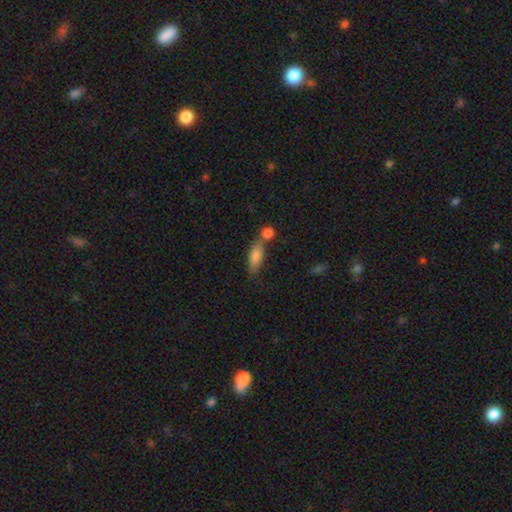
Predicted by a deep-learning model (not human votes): A smooth galaxy with no disk features (80%) that is in between round and cigar-shaped (62%).

Vote fractions:
- Smooth or featured? smooth: 80% / featured or disk: 13% / star or artifact: 8%
- How rounded? in between: 62% / cigar-shaped: 34% / round: 4%
- Merging? none: 45% / merger: 37% / minor disturbance: 13% / major disturbance: 5%